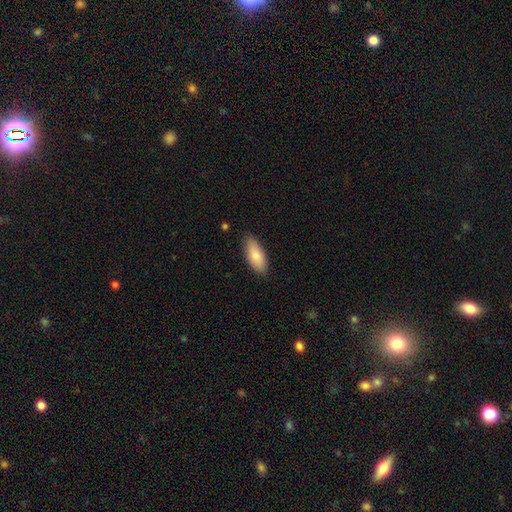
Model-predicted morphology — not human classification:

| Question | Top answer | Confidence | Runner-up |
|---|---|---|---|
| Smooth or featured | smooth | 83% | featured or disk (11%) |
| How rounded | in between | 85% | cigar-shaped (13%) |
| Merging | none | 84% | minor disturbance (13%) |